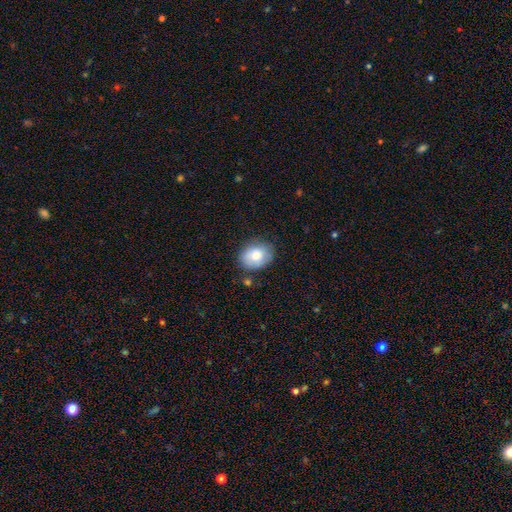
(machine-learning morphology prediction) A smooth galaxy with no disk features (78%) that is in between round and cigar-shaped (55%).

Vote fractions:
- Smooth or featured? smooth: 78% / featured or disk: 14% / star or artifact: 8%
- How rounded? in between: 55% / round: 44% / cigar-shaped: 1%
- Merging? none: 77% / minor disturbance: 16% / major disturbance: 4% / merger: 3%